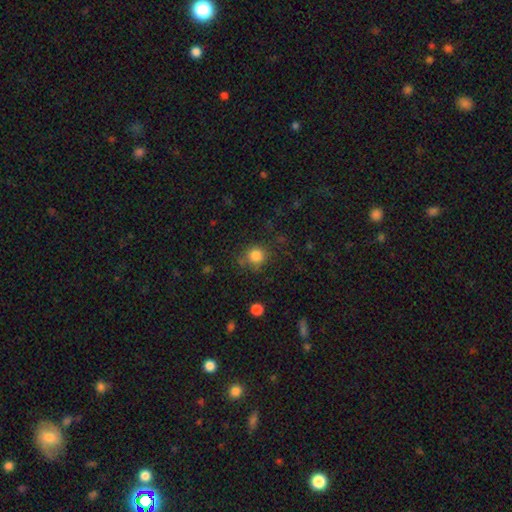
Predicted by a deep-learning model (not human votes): Q: Smooth or featured?
A: smooth (83%); runner-up: star or artifact (12%)
Q: How rounded?
A: round (90%); runner-up: in between (9%)
Q: Merging?
A: none (75%); runner-up: minor disturbance (14%)